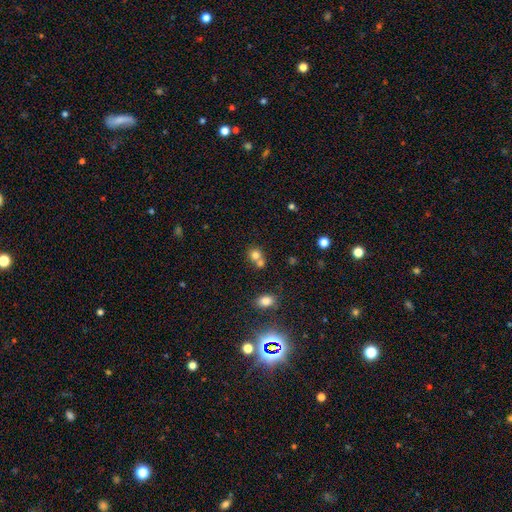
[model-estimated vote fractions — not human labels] smooth_or_featured: smooth (p=0.76) [alt: star or artifact p=0.13]
how_rounded: round (p=0.80) [alt: in between p=0.19]
merging: merger (p=0.47) [alt: none p=0.43]